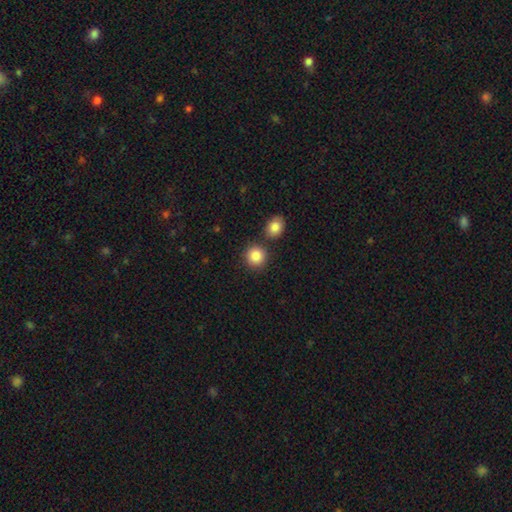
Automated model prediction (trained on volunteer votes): Smooth or featured: smooth — 86% (star or artifact — 9%)
How rounded: round — 89% (in between — 10%)
Merging: none — 78% (merger — 12%)